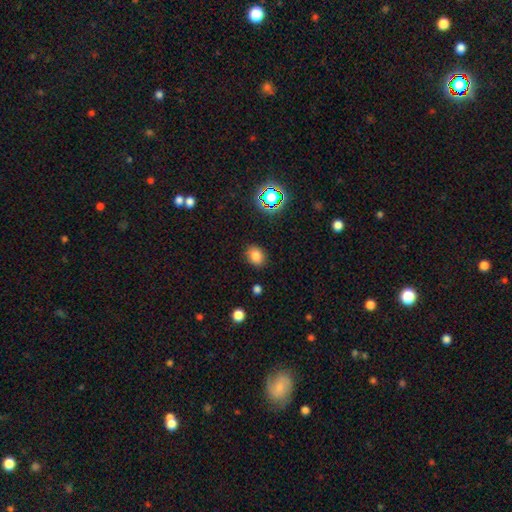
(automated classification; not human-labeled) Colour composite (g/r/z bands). It shows a smooth galaxy with no disk features (79%) that is in between round and cigar-shaped (56%). Merging: none (84%).